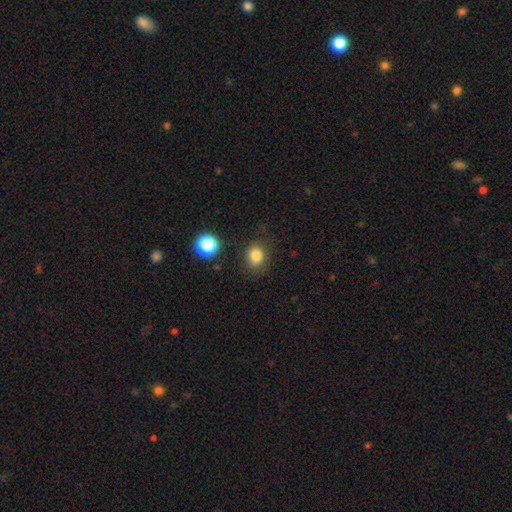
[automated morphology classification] Overall: smooth (82%). How rounded: round (64%; in between 35%). Merging: none (81%).